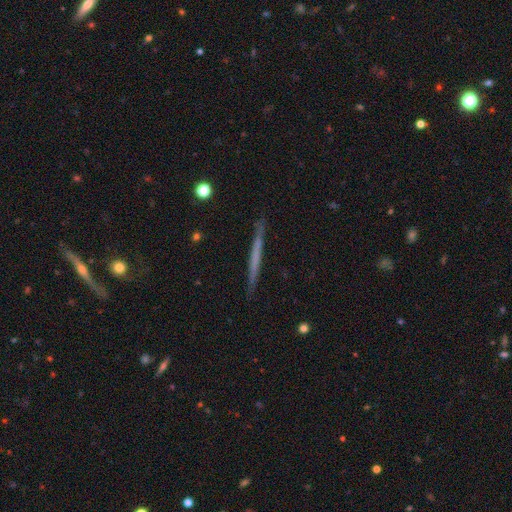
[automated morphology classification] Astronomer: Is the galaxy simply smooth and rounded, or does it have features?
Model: featured or disk — 51% (runner-up: smooth, 43%).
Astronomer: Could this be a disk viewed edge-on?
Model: yes — 97%.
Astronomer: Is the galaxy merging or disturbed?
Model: none — 90%.